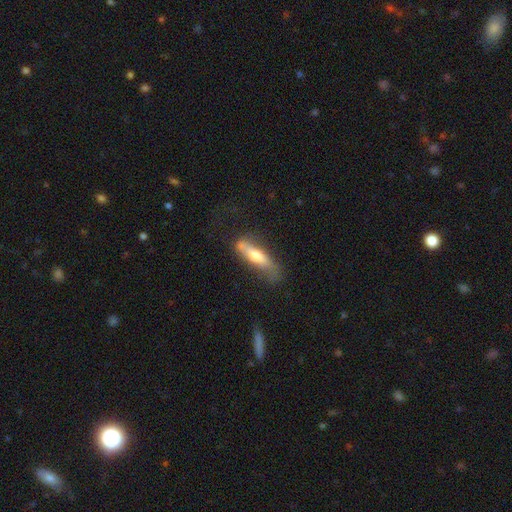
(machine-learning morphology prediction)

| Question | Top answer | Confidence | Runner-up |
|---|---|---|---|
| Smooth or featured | smooth | 54% | featured or disk (40%) |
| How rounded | cigar-shaped | 73% | in between (25%) |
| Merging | none | 54% | minor disturbance (27%) |